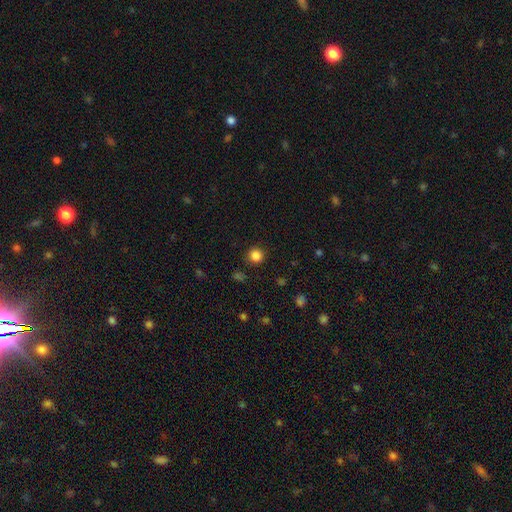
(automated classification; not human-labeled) Overall: smooth (84%). How rounded: round (93%). Merging: none (90%).